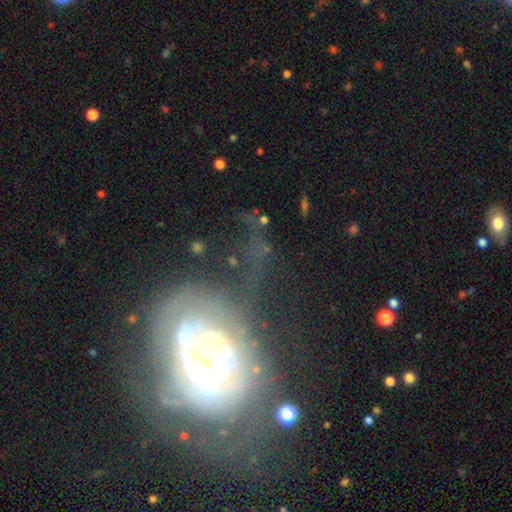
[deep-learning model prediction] Smooth or featured: featured or disk — 62% (star or artifact — 25%)
Edge-on disk: no — 93% (yes — 7%)
Bar: no — 72% (weak — 17%)
Spiral arms: yes — 64% (no — 36%)
Bulge size: small — 48% (moderate — 31%)
Merging: none — 47% (major disturbance — 25%)